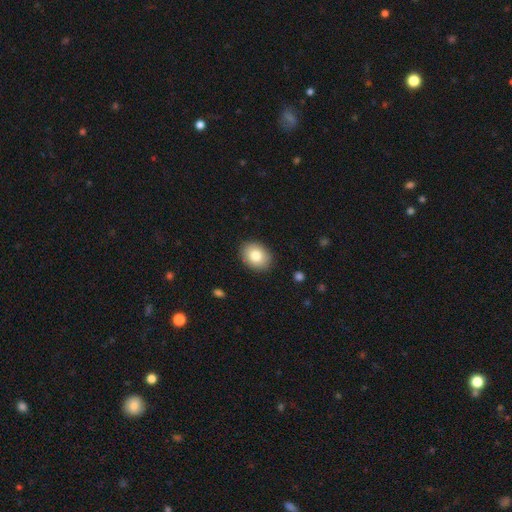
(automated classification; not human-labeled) smooth 82%, featured or disk 11%, star or artifact 8%. Down the decision tree: how rounded — in between (61%); merging — none (89%).